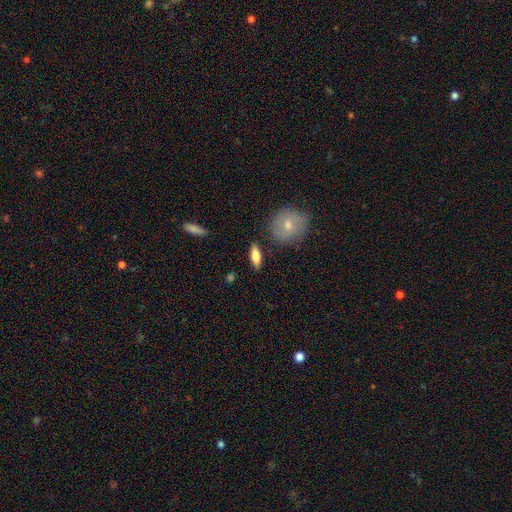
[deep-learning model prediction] Smooth or featured? smooth (73%)
How rounded? in between (66%)
Merging? none (85%)